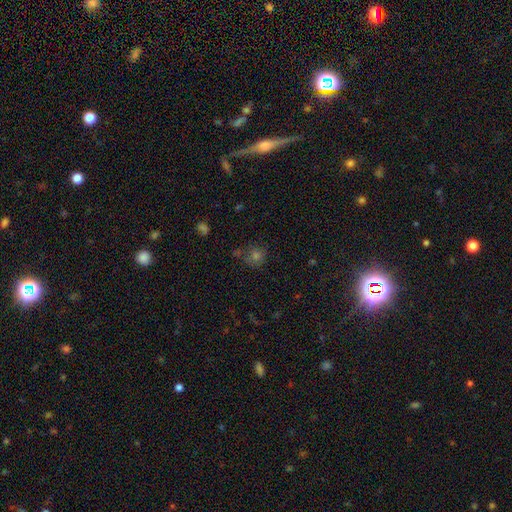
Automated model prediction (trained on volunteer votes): smooth-or-featured: smooth: 56% | star or artifact: 32% | featured or disk: 12%
  how-rounded: round: 88% | in between: 11% | cigar-shaped: 1%
  merging: none: 72% | minor disturbance: 14% | merger: 8% | major disturbance: 6%